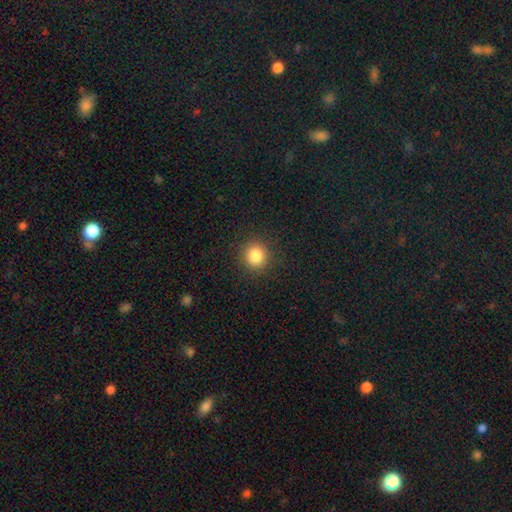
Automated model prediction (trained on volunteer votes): This is clearly a smooth galaxy (84%). How rounded: clearly round (92%). Merging: clearly none (91%).